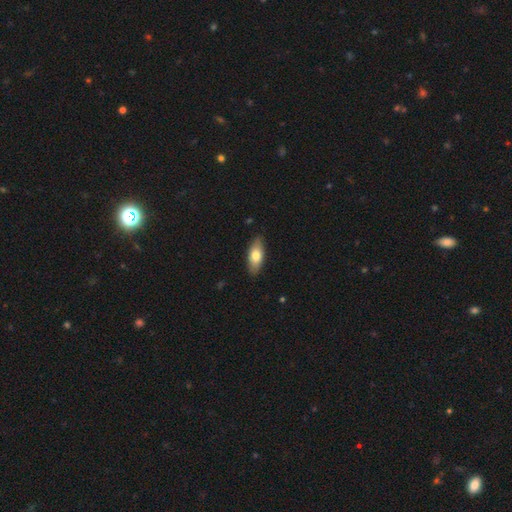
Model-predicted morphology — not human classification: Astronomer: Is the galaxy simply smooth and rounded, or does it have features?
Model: smooth — 73%.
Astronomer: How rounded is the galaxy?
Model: in between — 80%.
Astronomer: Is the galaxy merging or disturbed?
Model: none — 87%.